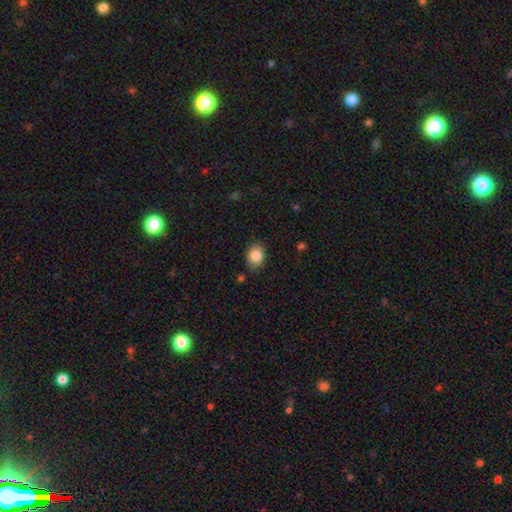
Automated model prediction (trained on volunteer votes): Q: Smooth or featured?
A: smooth (87%); runner-up: star or artifact (8%)
Q: How rounded?
A: in between (63%); runner-up: round (36%)
Q: Merging?
A: none (81%); runner-up: minor disturbance (14%)